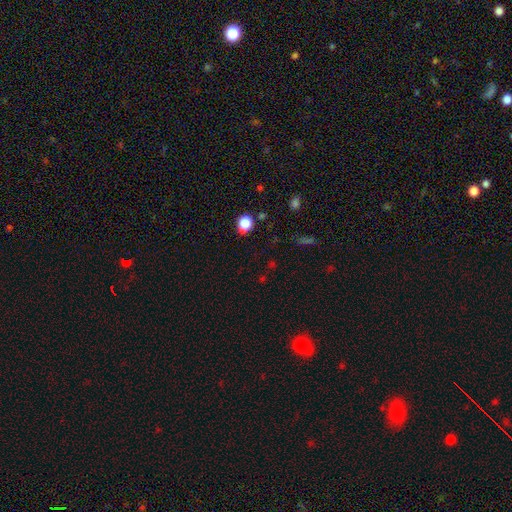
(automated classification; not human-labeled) This appears to be a smooth galaxy with no disk features (54%) that is round (72%). Merging: none (80%).